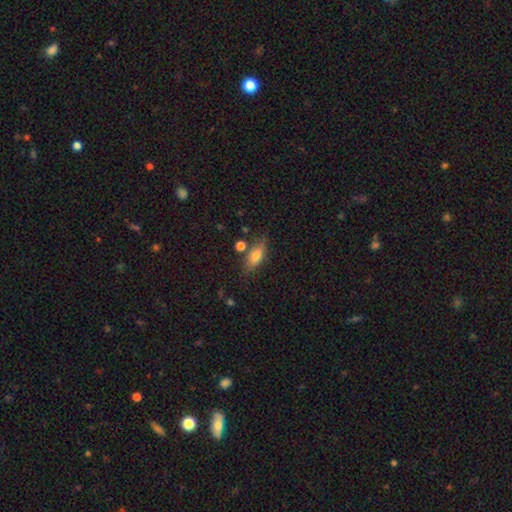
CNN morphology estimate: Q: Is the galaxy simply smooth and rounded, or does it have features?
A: smooth — 68%.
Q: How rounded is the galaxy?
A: in between — 71%.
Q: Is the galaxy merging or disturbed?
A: none — 72%.